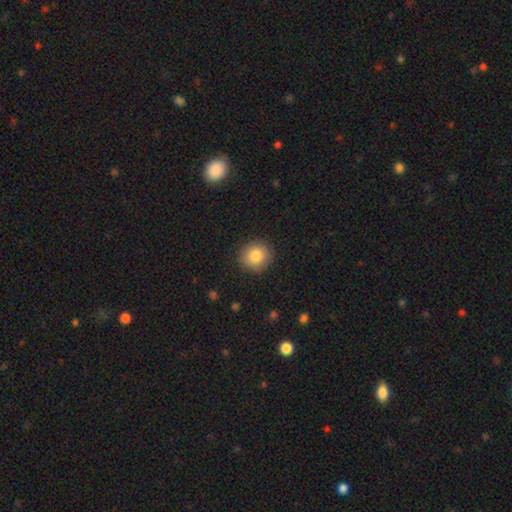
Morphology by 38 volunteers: Smooth or featured: smooth — 82% (featured or disk — 11%)
How rounded: round — 87% (in between — 13%)
Merging: none — 89% (minor disturbance — 6%)